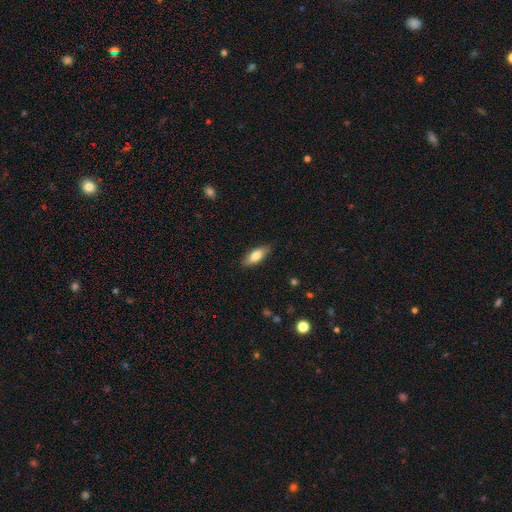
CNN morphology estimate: Smooth or featured: smooth — 75% (featured or disk — 19%)
How rounded: in between — 71% (cigar-shaped — 26%)
Merging: none — 86% (minor disturbance — 11%)